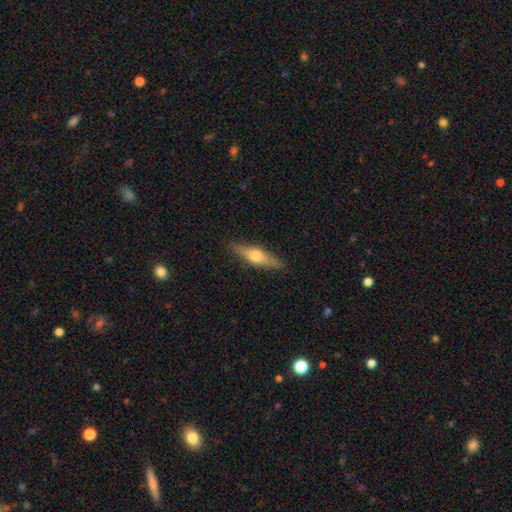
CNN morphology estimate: Smooth or featured?
  - featured or disk: 59% *
  - smooth: 36%
  - star or artifact: 6%
Edge-on disk?
  - yes: 95% *
  - no: 5%
Edge-on bulge?
  - rounded: 93% *
  - boxy: 4%
  - none: 3%
Merging?
  - none: 89% *
  - minor disturbance: 8%
  - major disturbance: 2%
  - merger: 1%